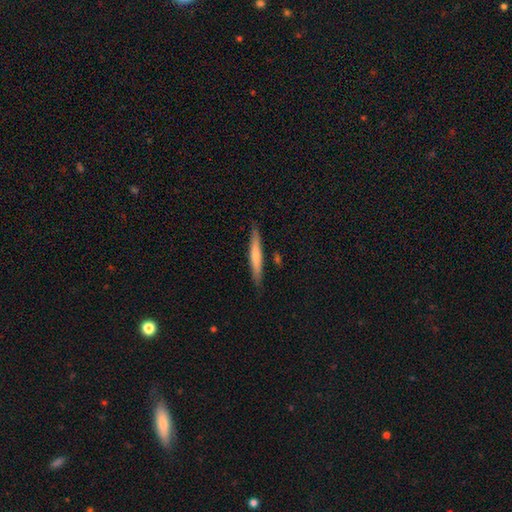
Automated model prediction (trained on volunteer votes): Q: Smooth or featured?
A: smooth (59%); runner-up: featured or disk (36%)
Q: How rounded?
A: cigar-shaped (95%); runner-up: in between (4%)
Q: Merging?
A: none (87%); runner-up: minor disturbance (9%)